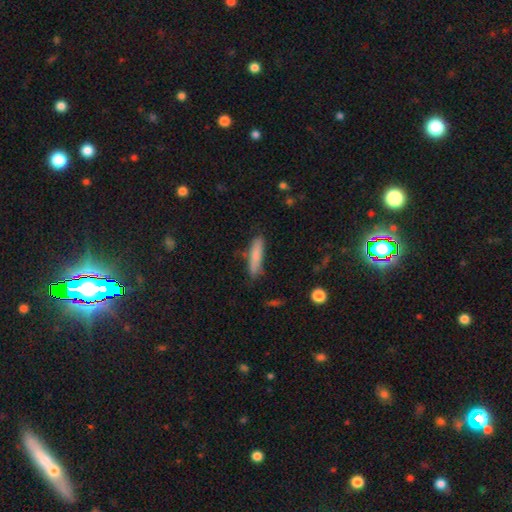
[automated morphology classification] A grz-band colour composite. It shows a smooth galaxy with no disk features (81%) that is cigar-shaped (82%). Merging: none (77%).